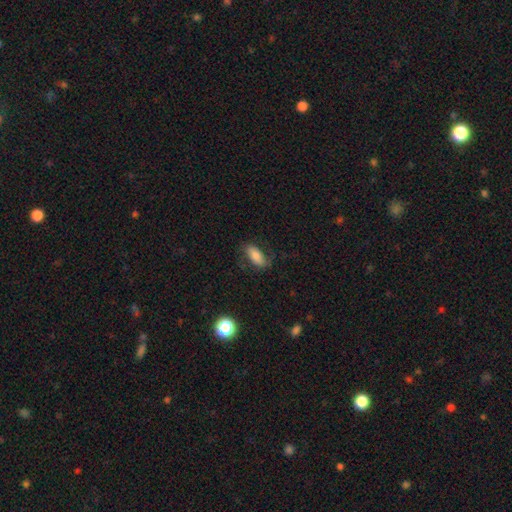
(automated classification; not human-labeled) Smooth or featured?
  - smooth: 67% *
  - featured or disk: 25%
  - star or artifact: 8%
How rounded?
  - in between: 84% *
  - cigar-shaped: 12%
  - round: 4%
Merging?
  - none: 69% *
  - minor disturbance: 20%
  - major disturbance: 10%
  - merger: 1%